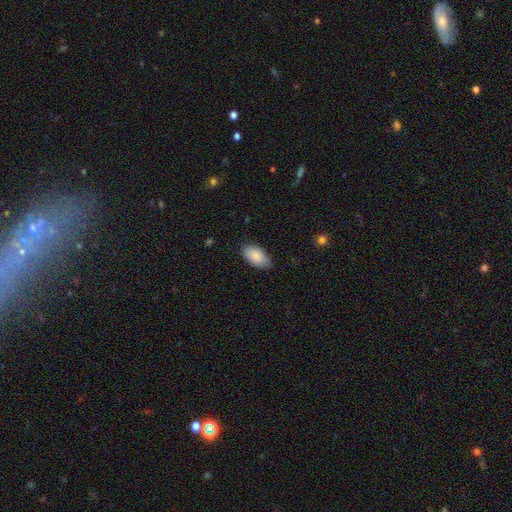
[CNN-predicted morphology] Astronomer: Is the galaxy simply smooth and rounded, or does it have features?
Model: smooth — 88%.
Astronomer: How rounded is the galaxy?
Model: in between — 95%.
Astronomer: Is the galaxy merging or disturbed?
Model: none — 82%.